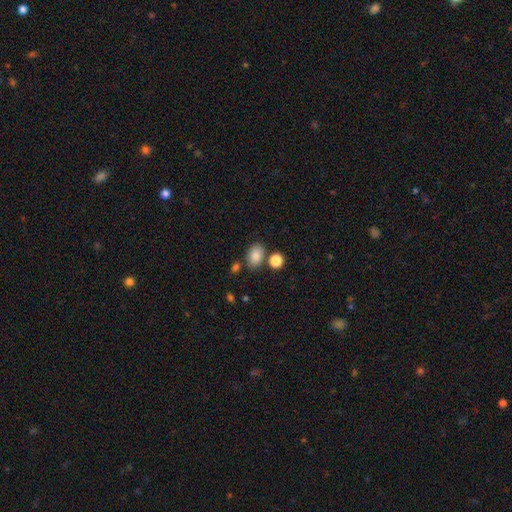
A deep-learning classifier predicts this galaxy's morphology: This is clearly a smooth galaxy (85%). How rounded: likely in between (77%). Merging: likely none (70%).